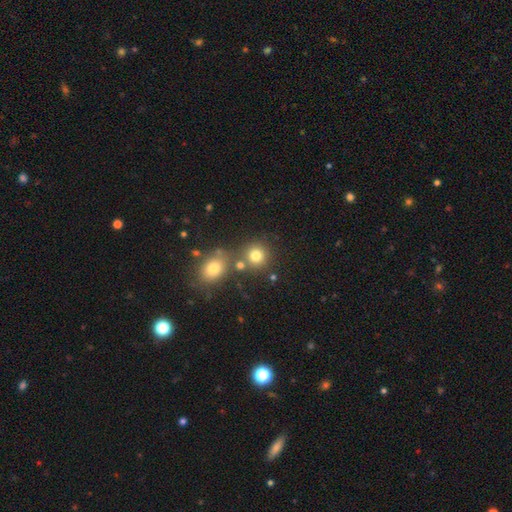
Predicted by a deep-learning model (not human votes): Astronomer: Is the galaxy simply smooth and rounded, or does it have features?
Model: smooth — 77%.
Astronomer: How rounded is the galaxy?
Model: round — 87%.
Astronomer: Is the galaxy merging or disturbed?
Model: none — 68%.